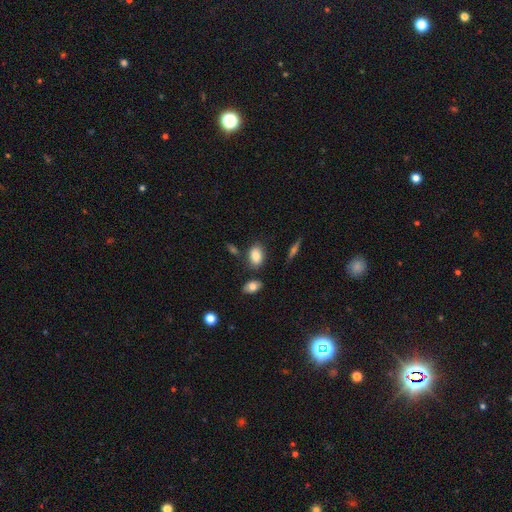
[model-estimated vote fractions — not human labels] The model was most divided on "merging": none: 77%, minor disturbance: 13%, merger: 6%, major disturbance: 4%. More confident: how rounded — in between (85%); smooth or featured — smooth (83%).